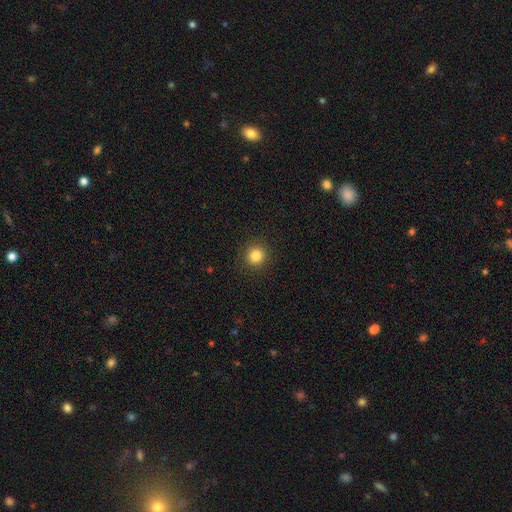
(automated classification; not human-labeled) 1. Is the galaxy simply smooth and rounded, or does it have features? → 83% smooth, 12% star or artifact, 5% featured or disk.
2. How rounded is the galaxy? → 94% round, 5% in between, 1% cigar-shaped.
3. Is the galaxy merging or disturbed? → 92% none, 5% minor disturbance, 2% major disturbance, 1% merger.